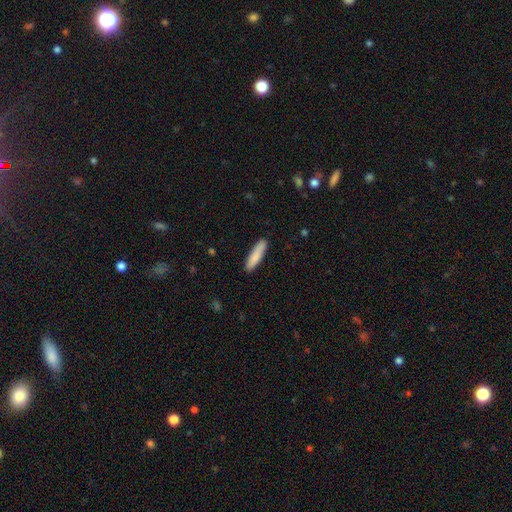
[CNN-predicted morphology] smooth-or-featured: smooth: 86% | featured or disk: 9% | star or artifact: 5%
  how-rounded: cigar-shaped: 84% | in between: 15% | round: 1%
  merging: none: 90% | minor disturbance: 8% | major disturbance: 2% | merger: 1%